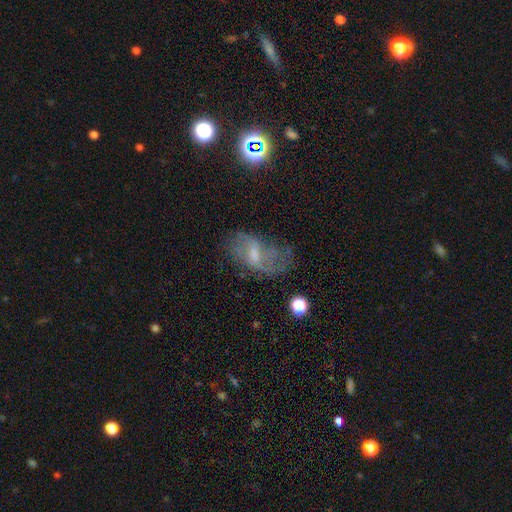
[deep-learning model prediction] Smooth or featured?
  - featured or disk: 58% *
  - smooth: 28%
  - star or artifact: 14%
Edge-on disk?
  - no: 94% *
  - yes: 6%
Bar?
  - weak: 52% *
  - no: 34%
  - strong: 14%
Spiral arms?
  - yes: 65% *
  - no: 35%
Bulge size?
  - small: 44% *
  - moderate: 35%
  - none: 17%
  - large: 3%
  - dominant: 1%
Merging?
  - none: 45% *
  - major disturbance: 27%
  - minor disturbance: 25%
  - merger: 3%